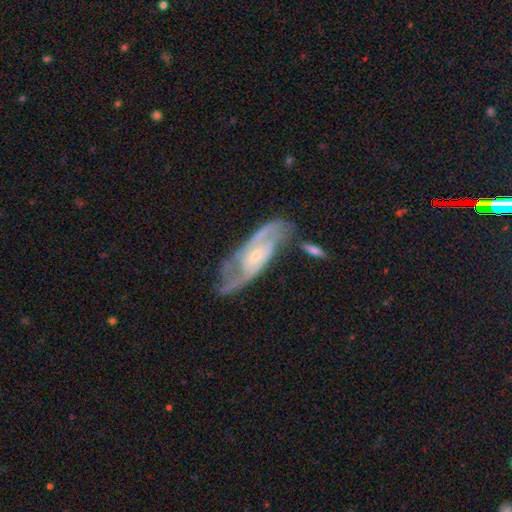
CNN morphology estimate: Q: Smooth or featured?
A: featured or disk (87%); runner-up: smooth (8%)
Q: Edge-on disk?
A: no (90%); runner-up: yes (10%)
Q: Bar?
A: weak (44%); runner-up: no (37%)
Q: Spiral arms?
A: yes (96%); runner-up: no (4%)
Q: Spiral winding?
A: medium (51%); runner-up: tight (33%)
Q: Spiral arm count?
A: 2 (83%); runner-up: can't tell (8%)
Q: Bulge size?
A: small (64%); runner-up: moderate (31%)
Q: Merging?
A: none (66%); runner-up: minor disturbance (18%)